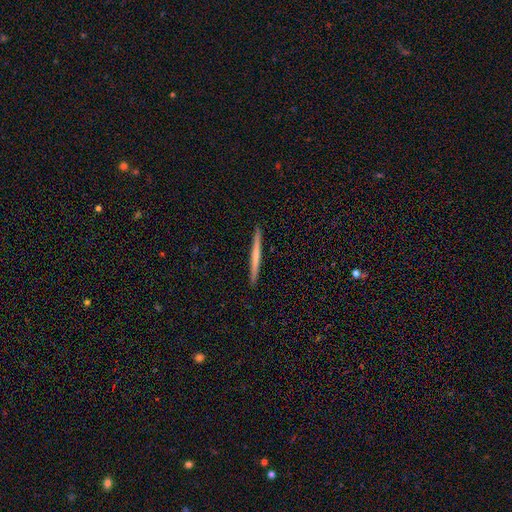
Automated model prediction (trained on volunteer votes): smooth-or-featured: smooth: 52% | featured or disk: 43% | star or artifact: 6%
  how-rounded: cigar-shaped: 97% | in between: 2% | round: 1%
  merging: none: 93% | minor disturbance: 5% | major disturbance: 1% | merger: 1%